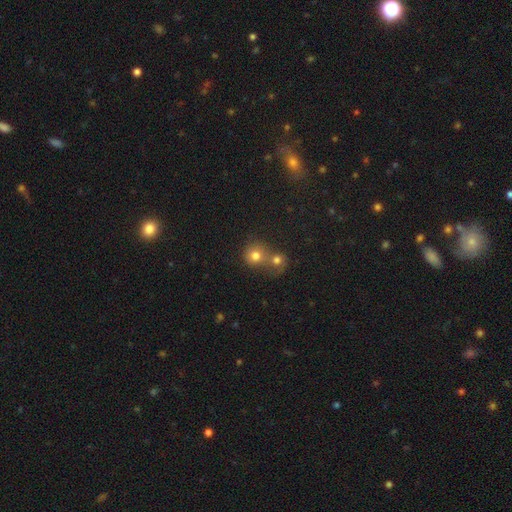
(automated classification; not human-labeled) Morphology: type=smooth (76%); roundness=round (82%); merging=merger (61%).